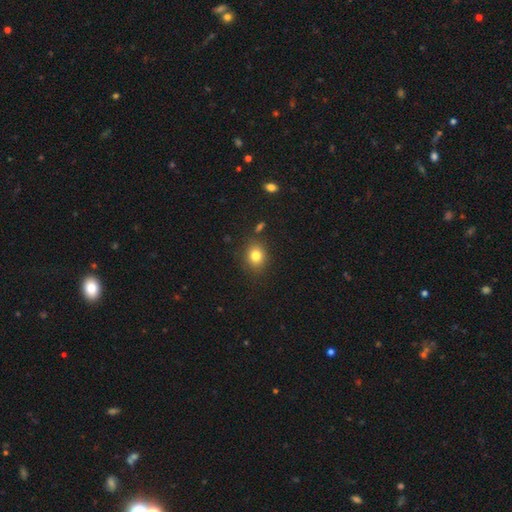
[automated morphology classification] This appears to be a smooth galaxy with no disk features (81%) that is round (60%). Merging: none (83%).